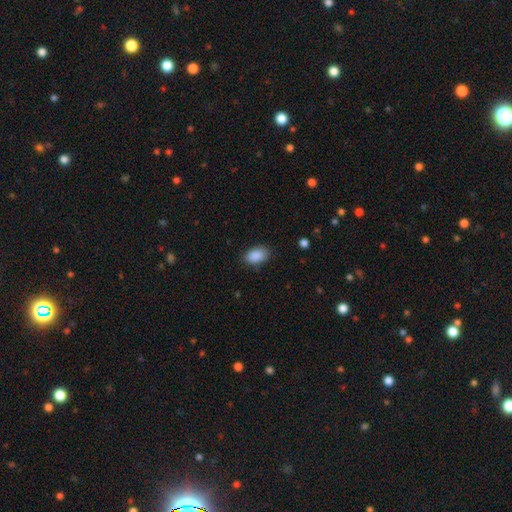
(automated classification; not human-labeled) Smooth or featured? smooth (89%)
How rounded? in between (89%)
Merging? none (83%)